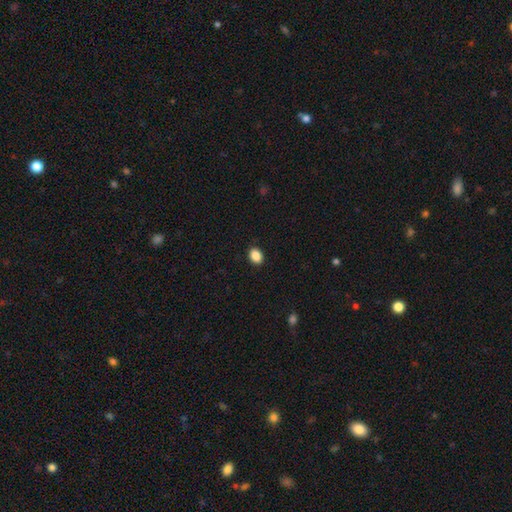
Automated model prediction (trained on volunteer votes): smooth-or-featured: smooth: 89% | star or artifact: 8% | featured or disk: 3%
  how-rounded: in between: 69% | round: 30% | cigar-shaped: 1%
  merging: none: 91% | minor disturbance: 7% | major disturbance: 2% | merger: 1%